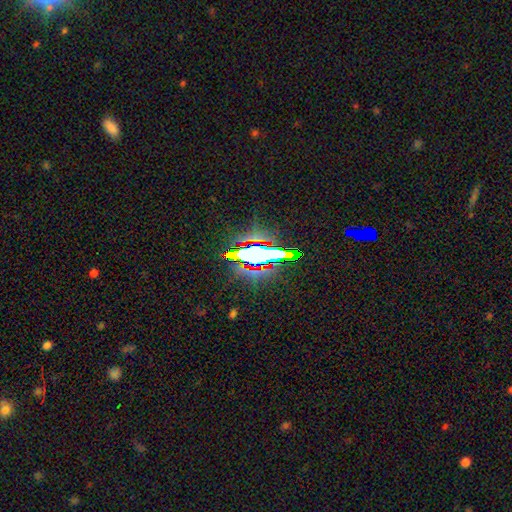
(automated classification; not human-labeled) smooth_or_featured: star or artifact (p=0.60) [alt: smooth p=0.24]